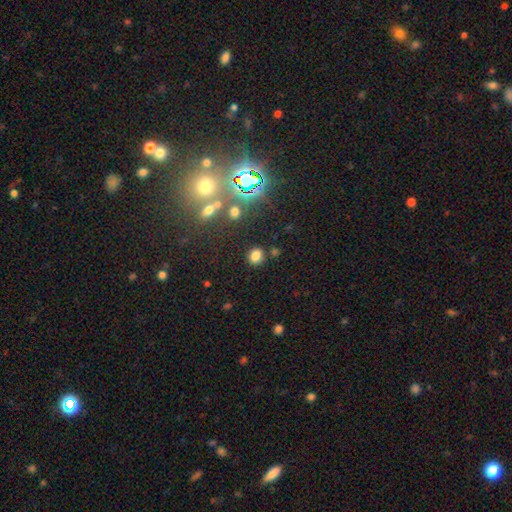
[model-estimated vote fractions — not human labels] Q: Smooth or featured?
A: smooth (76%); runner-up: star or artifact (18%)
Q: How rounded?
A: round (70%); runner-up: in between (28%)
Q: Merging?
A: none (83%); runner-up: minor disturbance (8%)